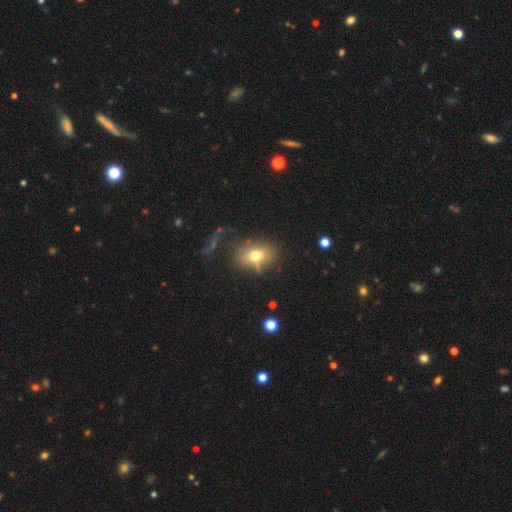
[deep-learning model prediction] Smooth or featured? Predicted: smooth (p=0.69). How rounded? Predicted: in between (p=0.69). Merging? Predicted: none (p=0.54).